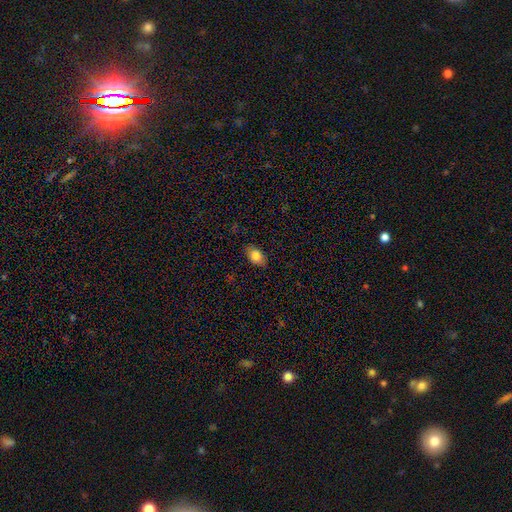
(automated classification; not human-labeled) Smooth or featured: smooth — 82% (featured or disk — 10%)
How rounded: in between — 87% (round — 11%)
Merging: none — 82% (minor disturbance — 14%)